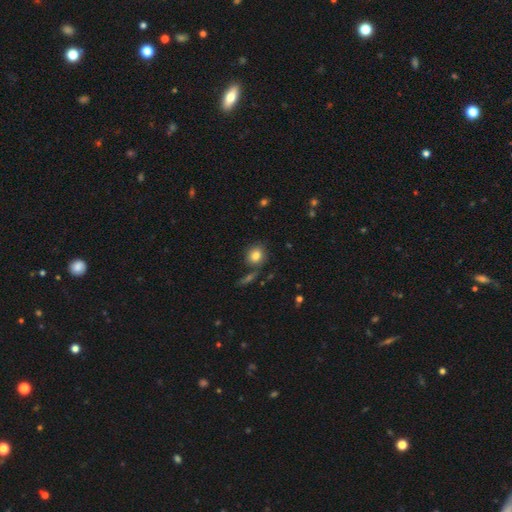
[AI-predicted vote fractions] A smooth galaxy with no disk features (82%) that is round (73%).

Vote fractions:
- Smooth or featured? smooth: 82% / star or artifact: 10% / featured or disk: 8%
- How rounded? round: 73% / in between: 26% / cigar-shaped: 1%
- Merging? none: 75% / minor disturbance: 12% / merger: 10% / major disturbance: 4%